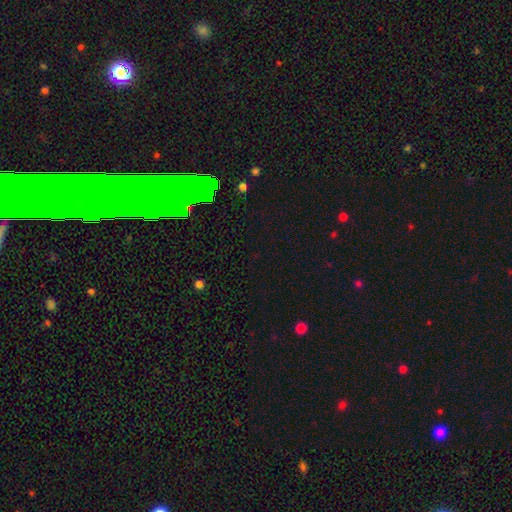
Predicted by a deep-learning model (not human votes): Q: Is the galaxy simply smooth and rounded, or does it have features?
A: star or artifact — 70%.